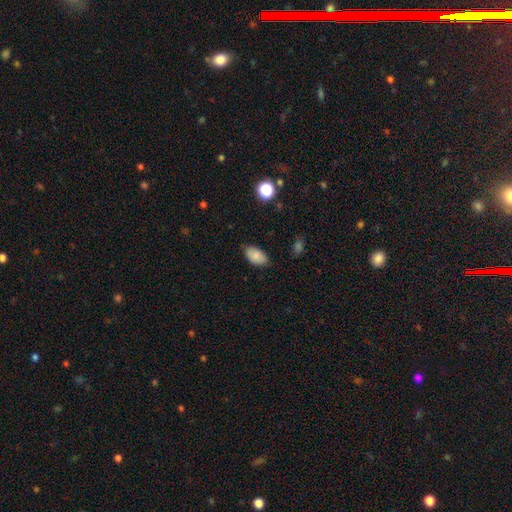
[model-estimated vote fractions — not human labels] This appears to be a smooth galaxy with no disk features (83%) that is in between round and cigar-shaped (93%). Merging: none (74%).